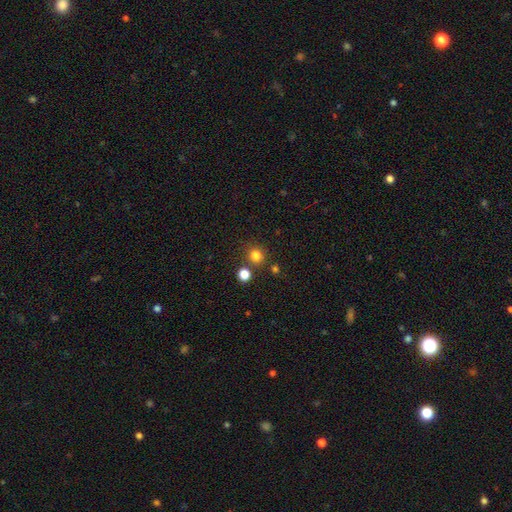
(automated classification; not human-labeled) The model was most divided on "smooth or featured": smooth: 80%, star or artifact: 15%, featured or disk: 5%. More confident: how rounded — round (90%); merging — none (79%).